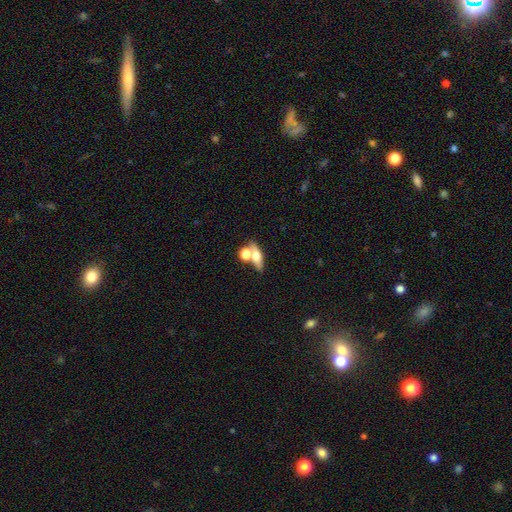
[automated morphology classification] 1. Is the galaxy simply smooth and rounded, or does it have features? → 54% smooth, 36% featured or disk, 10% star or artifact.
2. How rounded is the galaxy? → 52% in between, 27% cigar-shaped, 21% round.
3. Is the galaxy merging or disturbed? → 45% none, 40% merger, 10% minor disturbance, 6% major disturbance.